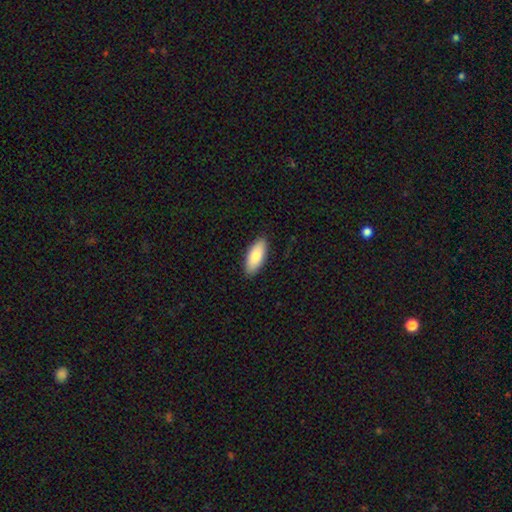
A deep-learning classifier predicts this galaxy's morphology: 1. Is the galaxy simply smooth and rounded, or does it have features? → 83% smooth, 11% featured or disk, 6% star or artifact.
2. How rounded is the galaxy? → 83% in between, 15% cigar-shaped, 2% round.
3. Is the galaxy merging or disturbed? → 89% none, 8% minor disturbance, 2% major disturbance, 1% merger.